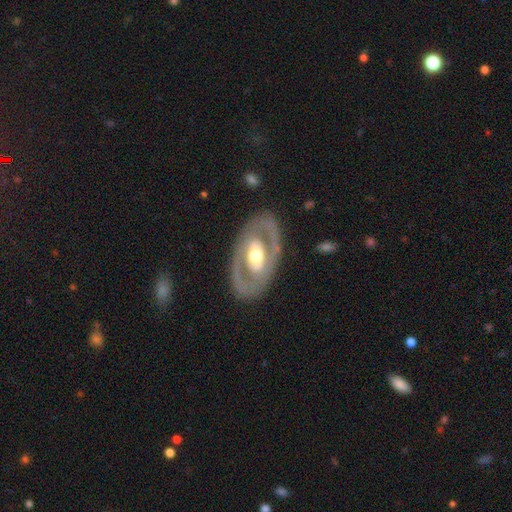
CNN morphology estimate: A featured or disk galaxy (74%) with no bar (54%), no spiral arms (64%) and a moderate central bulge (66%).

Vote fractions:
- Smooth or featured? featured or disk: 74% / smooth: 22% / star or artifact: 4%
- Edge-on disk? no: 91% / yes: 9%
- Bar? no: 54% / weak: 26% / strong: 19%
- Spiral arms? no: 64% / yes: 36%
- Bulge size? moderate: 66% / large: 22% / small: 10% / dominant: 2% / none: 1%
- Merging? none: 83% / minor disturbance: 10% / major disturbance: 5% / merger: 1%